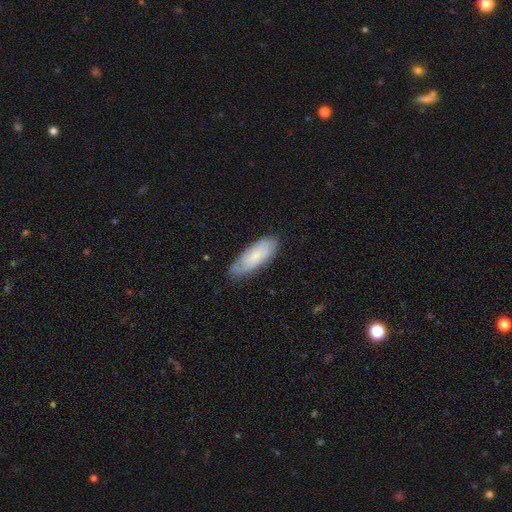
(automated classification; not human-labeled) This appears to be a smooth galaxy with no disk features (73%) that is in between round and cigar-shaped (70%). Merging: none (74%).